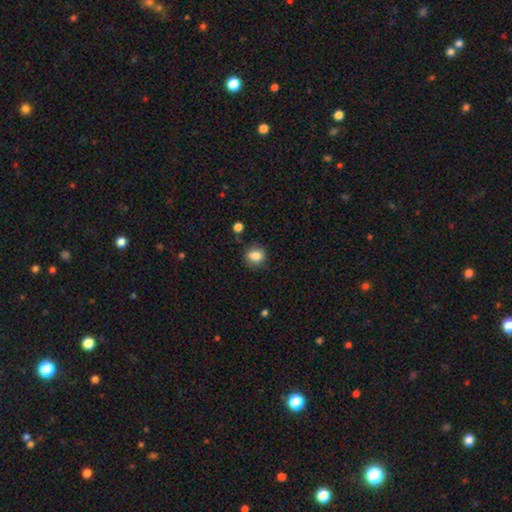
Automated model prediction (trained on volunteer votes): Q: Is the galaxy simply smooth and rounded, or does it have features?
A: smooth — 81%.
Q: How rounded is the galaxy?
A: round — 70%.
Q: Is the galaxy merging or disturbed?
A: none — 76%.